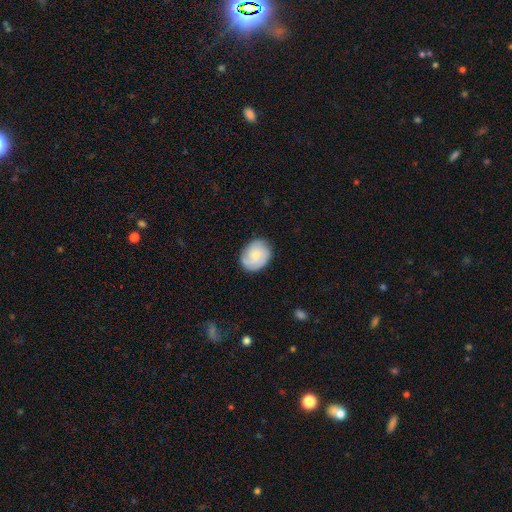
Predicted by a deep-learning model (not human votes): Overall: smooth (52%; featured or disk 41%). How rounded: round (53%; in between 46%). Merging: none (80%).